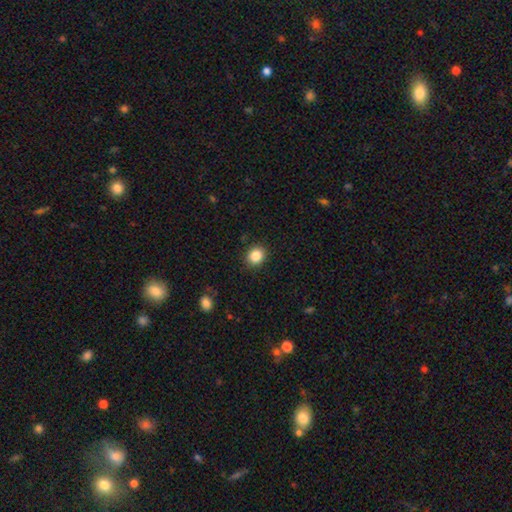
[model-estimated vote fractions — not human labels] smooth 86%, star or artifact 10%, featured or disk 4%. Down the decision tree: how rounded — round (71%); merging — none (89%).